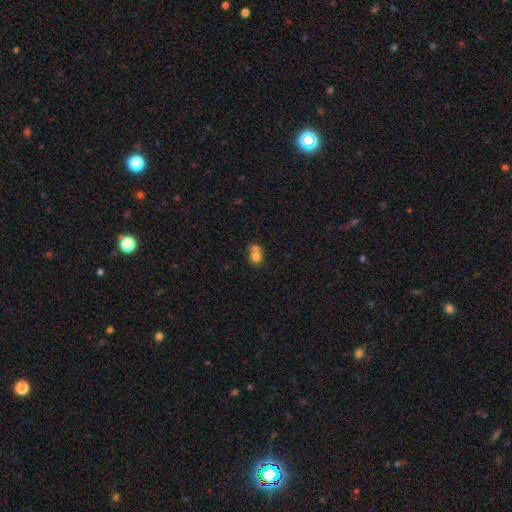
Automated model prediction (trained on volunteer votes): smooth 74%, featured or disk 15%, star or artifact 11%. Down the decision tree: how rounded — round (69%); merging — merger (61%).